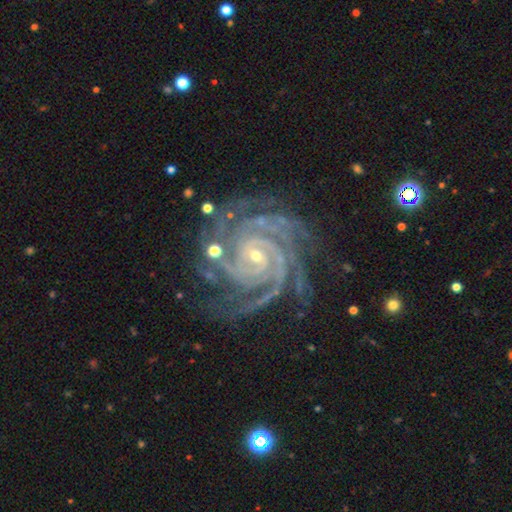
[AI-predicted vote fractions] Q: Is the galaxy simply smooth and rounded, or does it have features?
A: featured or disk — 93%.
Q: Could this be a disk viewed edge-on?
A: no — 98%.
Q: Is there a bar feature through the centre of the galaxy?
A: no — 54%.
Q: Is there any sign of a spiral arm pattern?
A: yes — 99%.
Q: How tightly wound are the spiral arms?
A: tight — 81%.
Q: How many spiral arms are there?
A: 4 — 37%.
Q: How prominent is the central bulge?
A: small — 77%.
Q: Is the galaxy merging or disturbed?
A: none — 75%.